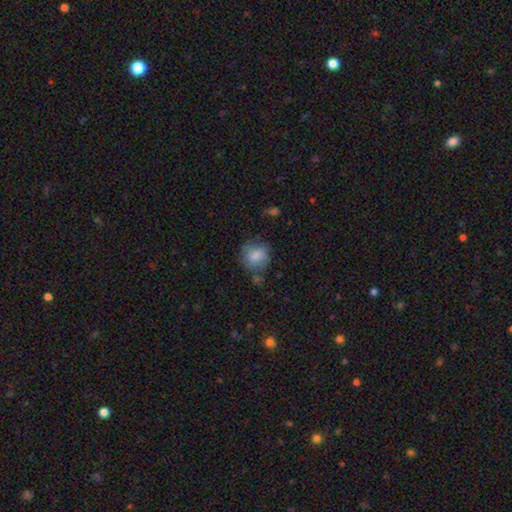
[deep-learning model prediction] Overall: smooth (79%). How rounded: round (76%). Merging: none (64%).